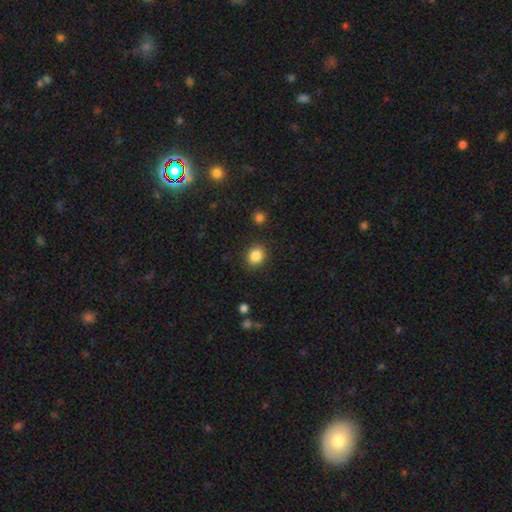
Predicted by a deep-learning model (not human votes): Overall: smooth (86%). How rounded: round (71%). Merging: none (88%).